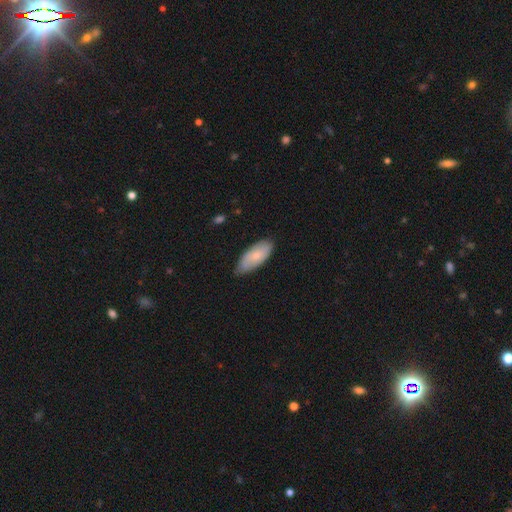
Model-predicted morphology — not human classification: Smooth or featured? smooth (71%)
How rounded? in between (87%)
Merging? none (71%)